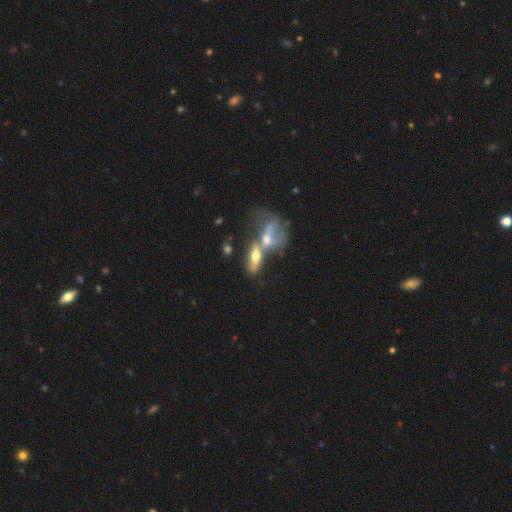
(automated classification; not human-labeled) Smooth or featured: smooth — 46% (featured or disk — 45%)
Merging: merger — 64% (none — 19%)